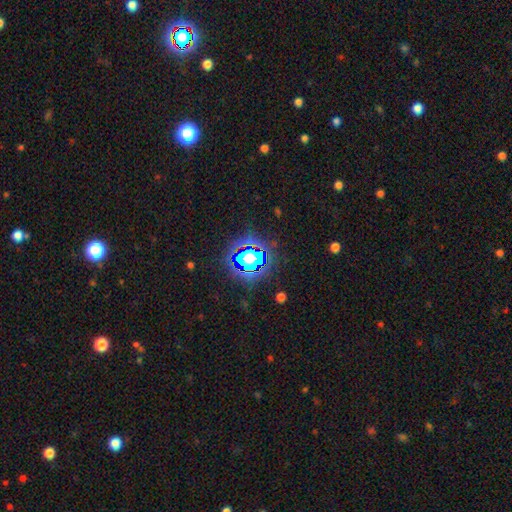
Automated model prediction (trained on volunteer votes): This is likely a star or artifact rather than a galaxy (68%).